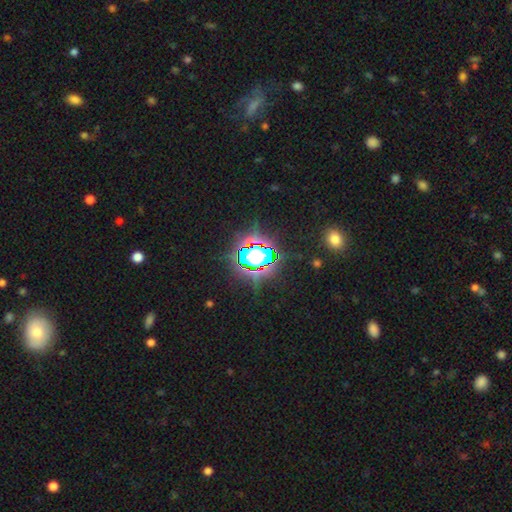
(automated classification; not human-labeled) Q: Smooth or featured?
A: star or artifact (73%); runner-up: smooth (16%)